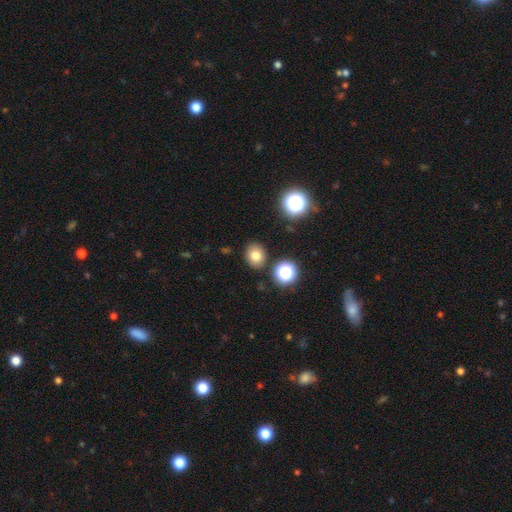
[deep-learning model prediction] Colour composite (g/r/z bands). It shows a smooth galaxy with no disk features (77%) that is round (64%). Merging: none (85%).